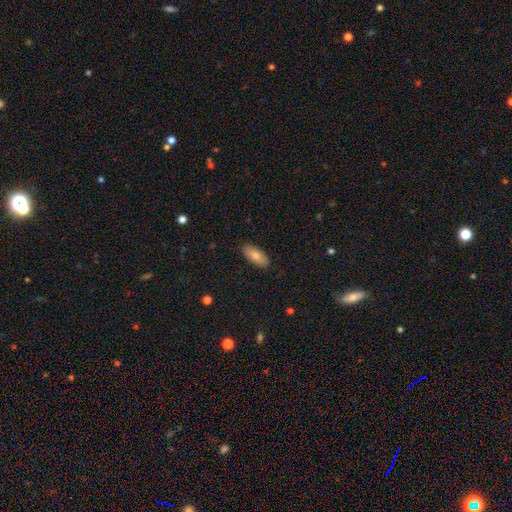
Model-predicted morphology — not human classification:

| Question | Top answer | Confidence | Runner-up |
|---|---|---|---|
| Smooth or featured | smooth | 82% | featured or disk (12%) |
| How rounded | in between | 84% | cigar-shaped (14%) |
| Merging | none | 89% | minor disturbance (9%) |